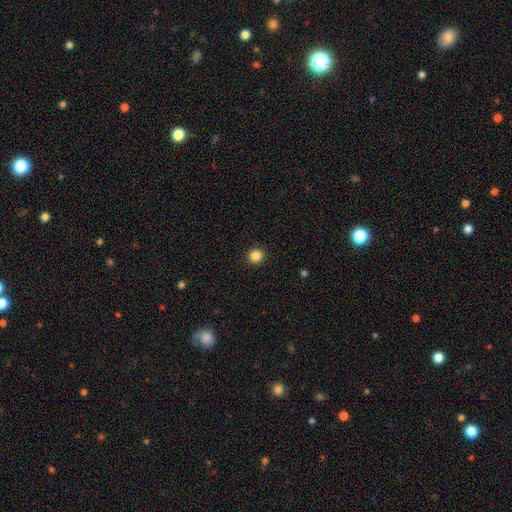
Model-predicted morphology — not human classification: type=smooth (85%); roundness=round (91%); merging=none (93%).